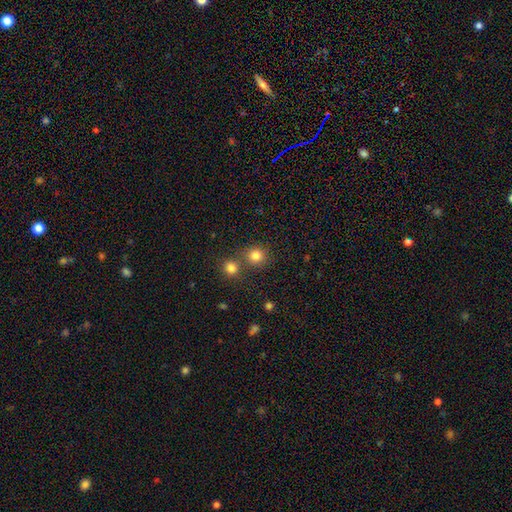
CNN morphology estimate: smooth 81%, star or artifact 14%, featured or disk 6%. Down the decision tree: how rounded — round (90%); merging — none (68%).